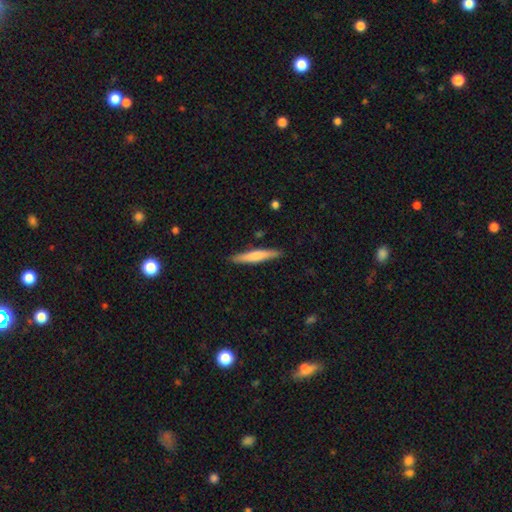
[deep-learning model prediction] Smooth or featured? Predicted: smooth (p=0.64). How rounded? Predicted: cigar-shaped (p=0.93). Merging? Predicted: none (p=0.89).